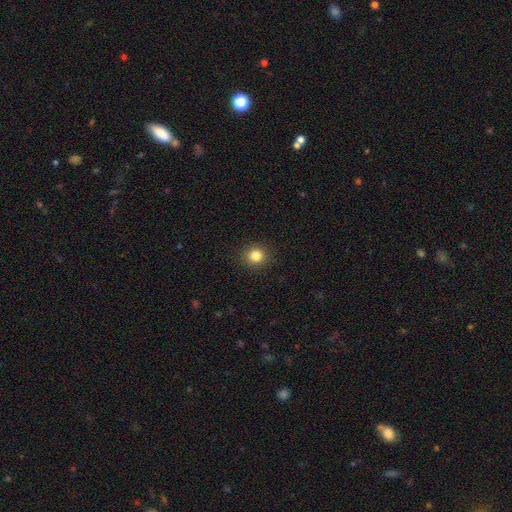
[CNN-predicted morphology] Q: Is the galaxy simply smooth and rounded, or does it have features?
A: smooth — 83%.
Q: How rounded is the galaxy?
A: round — 88%.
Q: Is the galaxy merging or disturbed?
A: none — 91%.